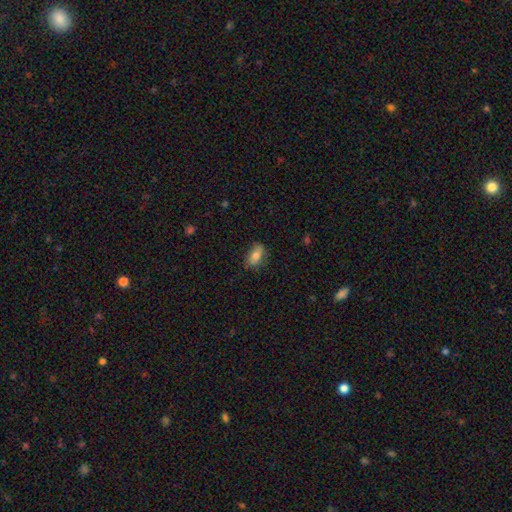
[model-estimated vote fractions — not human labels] smooth 78%, featured or disk 14%, star or artifact 8%. Down the decision tree: how rounded — in between (87%); merging — none (75%).